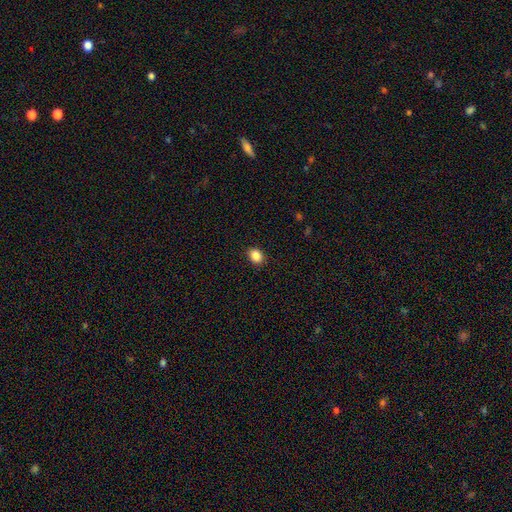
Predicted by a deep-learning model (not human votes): Morphology: type=smooth (87%); roundness=in between (57%); merging=none (90%).